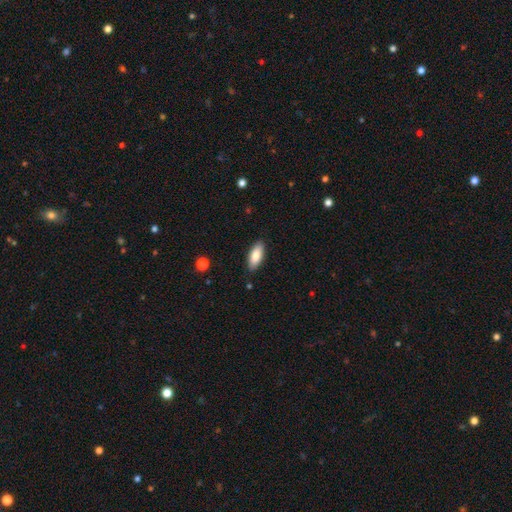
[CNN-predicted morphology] smooth 84%, featured or disk 10%, star or artifact 6%. Down the decision tree: how rounded — in between (79%); merging — none (88%).